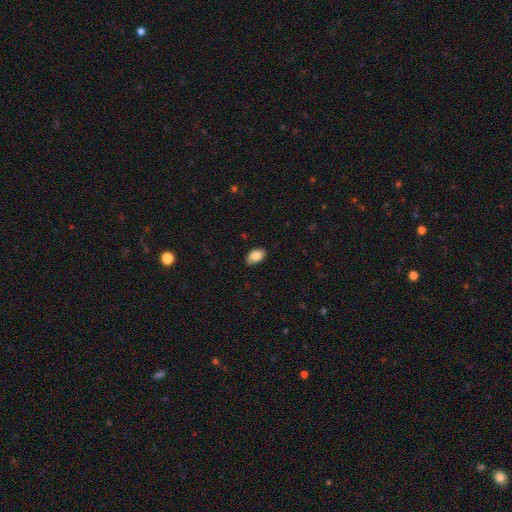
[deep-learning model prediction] A smooth galaxy with no disk features (86%) that is in between round and cigar-shaped (90%).

Vote fractions:
- Smooth or featured? smooth: 86% / star or artifact: 7% / featured or disk: 7%
- How rounded? in between: 90% / round: 9% / cigar-shaped: 1%
- Merging? none: 80% / minor disturbance: 17% / major disturbance: 3% / merger: 1%